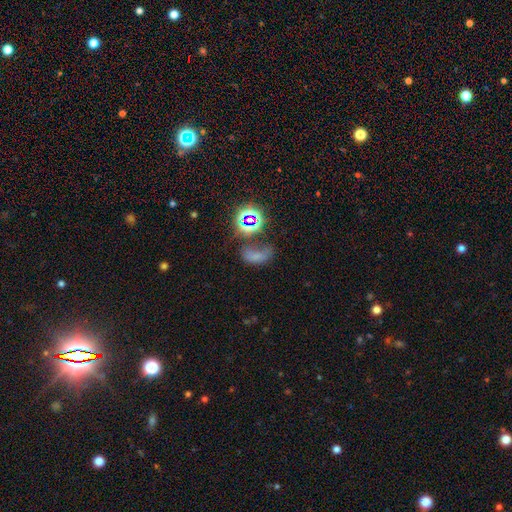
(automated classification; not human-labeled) A smooth galaxy with no disk features (48%).

Vote fractions:
- Smooth or featured? smooth: 48% / star or artifact: 35% / featured or disk: 17%
- Merging? none: 31% / major disturbance: 29% / merger: 21% / minor disturbance: 20%